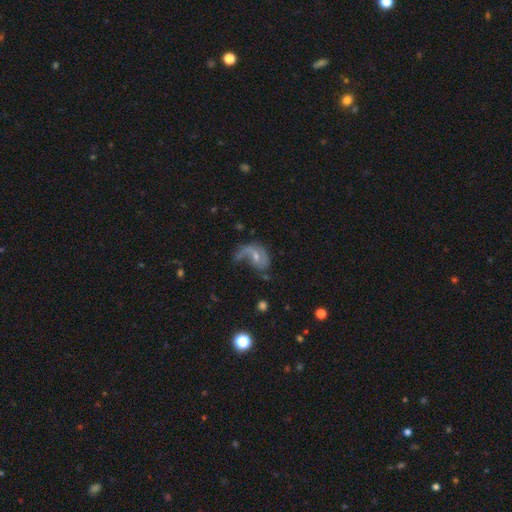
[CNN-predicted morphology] Overall: featured or disk (70%). Edge-on disk: no (97%). Bar: no (53%; weak 37%). Spiral arms: yes (83%). Spiral arm count: 1 (55%; 2 35%). Spiral winding: loose (65%; medium 26%). Bulge size: small (56%; moderate 35%). Merging: major disturbance (42%; none 30%).